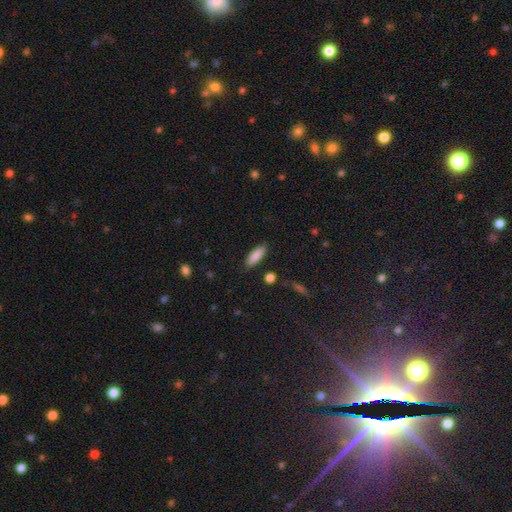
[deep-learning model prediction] Smooth or featured: smooth — 87% (star or artifact — 7%)
How rounded: in between — 55% (cigar-shaped — 43%)
Merging: none — 87% (minor disturbance — 9%)